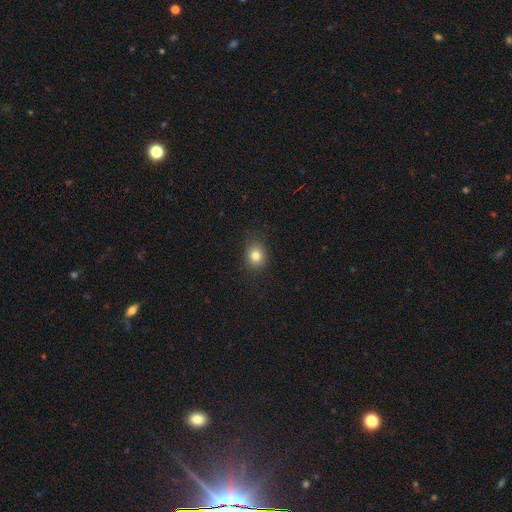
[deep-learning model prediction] smooth 82%, star or artifact 11%, featured or disk 7%. Down the decision tree: how rounded — round (68%); merging — none (86%).